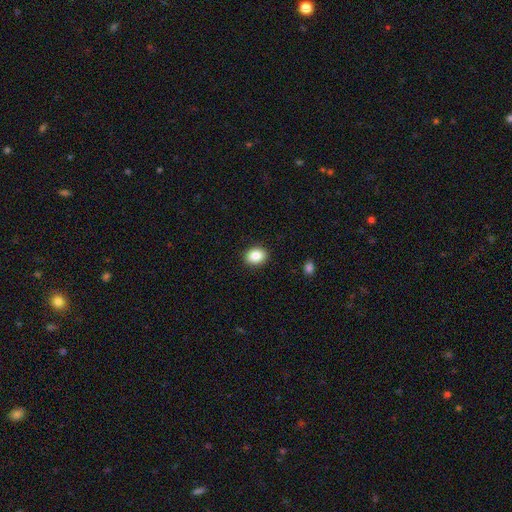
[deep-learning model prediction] Smooth or featured? Predicted: smooth (p=0.87). How rounded? Predicted: in between (p=0.54). Merging? Predicted: none (p=0.91).